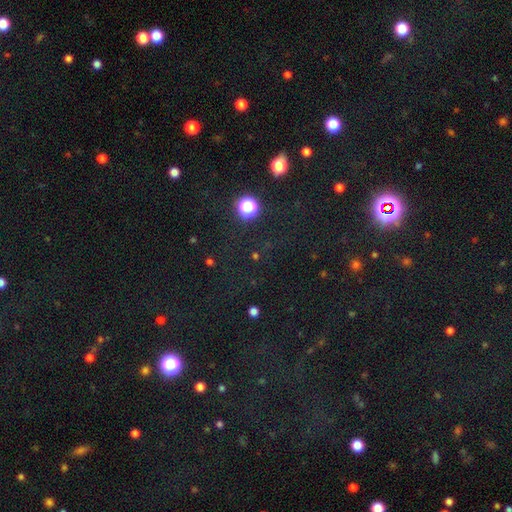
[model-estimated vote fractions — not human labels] A star or artifact, not a galaxy (67%).

Vote fractions:
- Smooth or featured? star or artifact: 67% / smooth: 25% / featured or disk: 7%